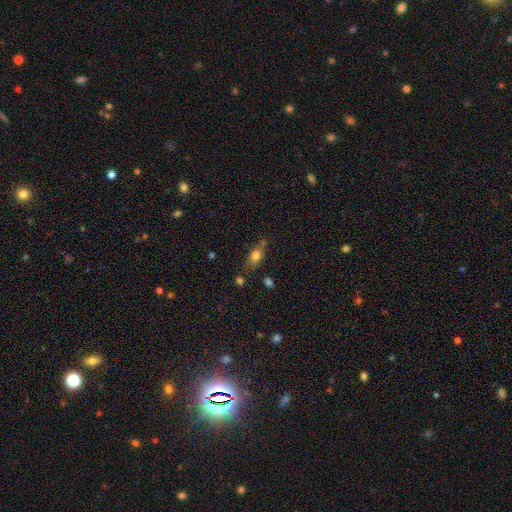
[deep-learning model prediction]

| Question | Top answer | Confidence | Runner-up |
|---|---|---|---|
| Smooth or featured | smooth | 75% | featured or disk (15%) |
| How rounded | in between | 75% | cigar-shaped (13%) |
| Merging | none | 60% | minor disturbance (22%) |